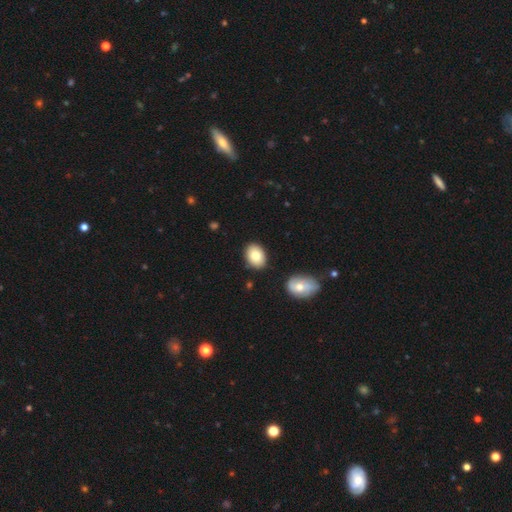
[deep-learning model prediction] The model was most divided on "how rounded": in between: 75%, round: 24%, cigar-shaped: 1%. More confident: merging — none (86%); smooth or featured — smooth (81%).